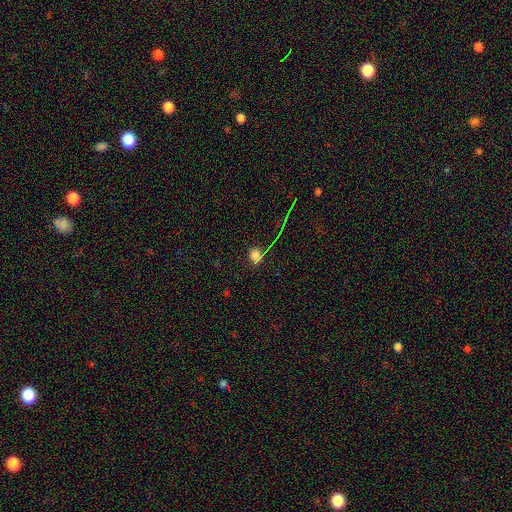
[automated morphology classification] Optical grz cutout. It shows a smooth galaxy with no disk features (66%) that is round (67%). Merging: none (75%).